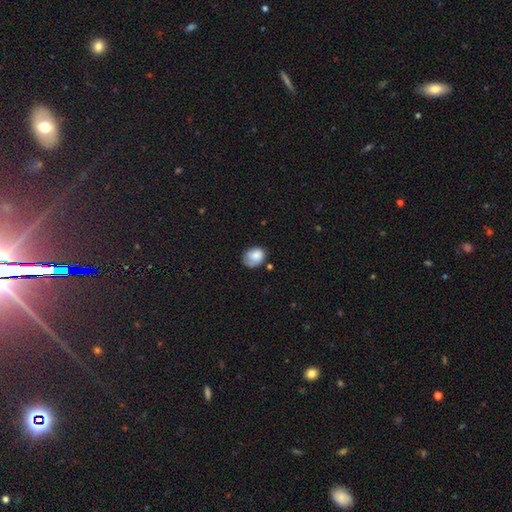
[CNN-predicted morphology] A smooth galaxy with no disk features (81%) that is in between round and cigar-shaped (52%).

Vote fractions:
- Smooth or featured? smooth: 81% / featured or disk: 11% / star or artifact: 8%
- How rounded? in between: 52% / round: 47% / cigar-shaped: 1%
- Merging? none: 54% / minor disturbance: 33% / major disturbance: 9% / merger: 4%